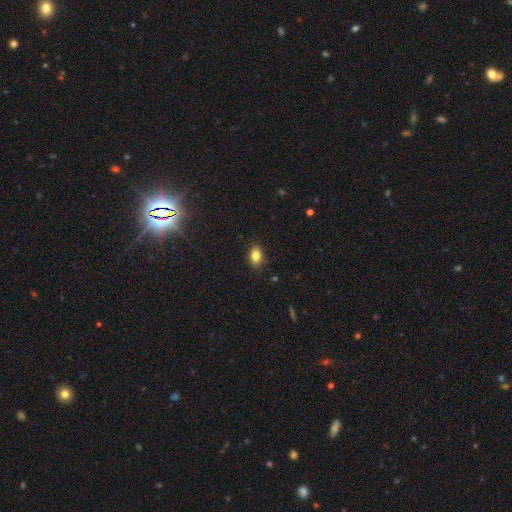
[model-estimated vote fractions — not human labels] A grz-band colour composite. It shows a smooth galaxy with no disk features (83%) that is in between round and cigar-shaped (79%). Merging: none (86%).